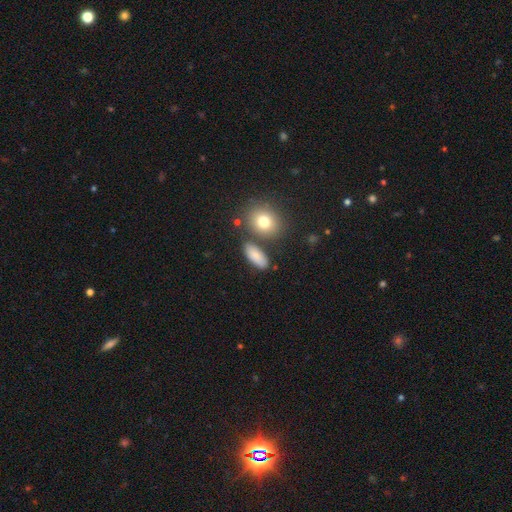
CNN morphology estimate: Smooth or featured: smooth — 82% (featured or disk — 9%)
How rounded: in between — 79% (cigar-shaped — 12%)
Merging: none — 76% (minor disturbance — 13%)